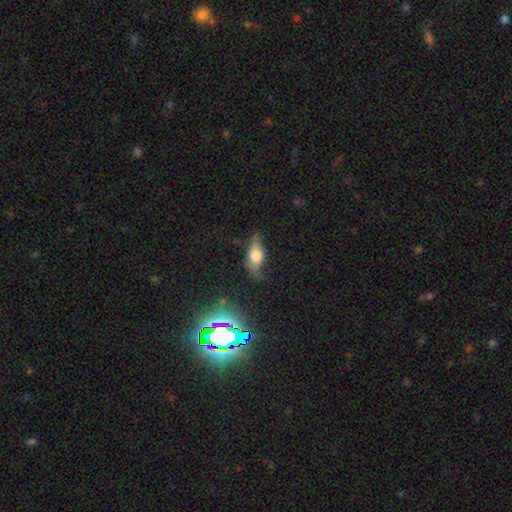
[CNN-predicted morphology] This is possibly a smooth galaxy (54%). How rounded: likely in between (74%). Merging: possibly none (53%).